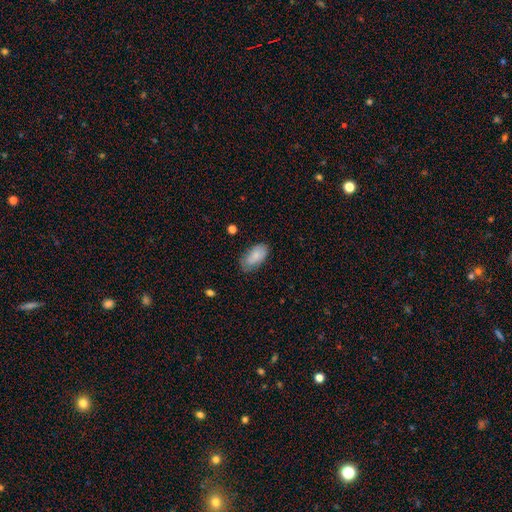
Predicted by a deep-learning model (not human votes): A smooth galaxy with no disk features (80%) that is in between round and cigar-shaped (94%).

Vote fractions:
- Smooth or featured? smooth: 80% / featured or disk: 13% / star or artifact: 7%
- How rounded? in between: 94% / cigar-shaped: 3% / round: 3%
- Merging? none: 67% / minor disturbance: 26% / major disturbance: 6% / merger: 2%